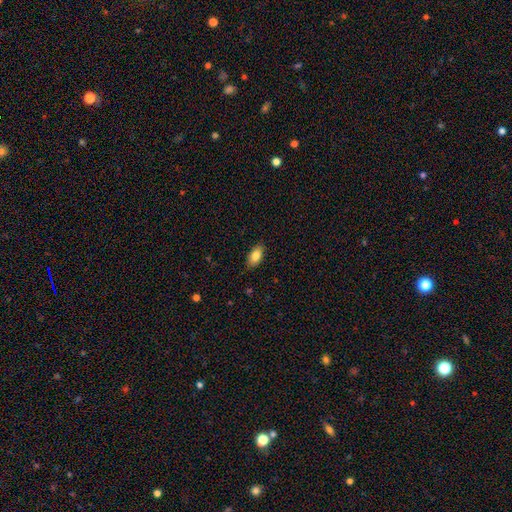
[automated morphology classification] Smooth or featured? Predicted: smooth (p=0.84). How rounded? Predicted: in between (p=0.92). Merging? Predicted: none (p=0.87).